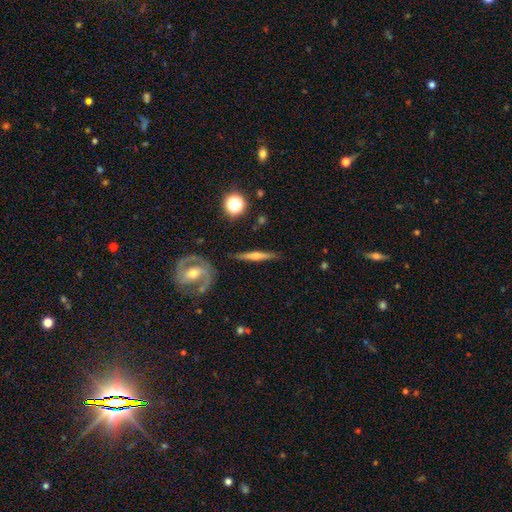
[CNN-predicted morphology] Q: Smooth or featured?
A: featured or disk (60%); runner-up: smooth (34%)
Q: Edge-on disk?
A: yes (91%); runner-up: no (9%)
Q: Edge-on bulge?
A: rounded (68%); runner-up: none (23%)
Q: Merging?
A: none (86%); runner-up: minor disturbance (9%)